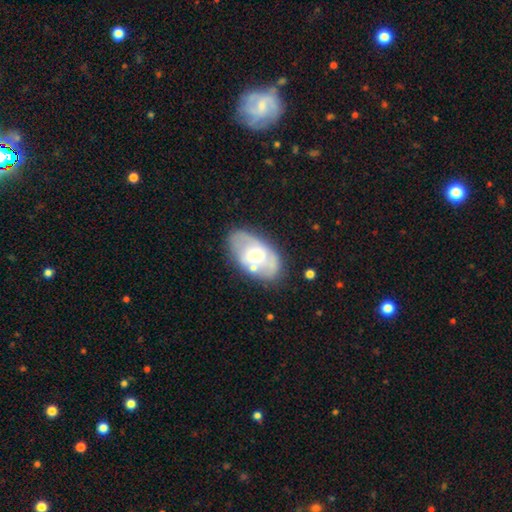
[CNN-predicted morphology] Smooth or featured? Predicted: featured or disk (p=0.56). Edge-on disk? Predicted: no (p=0.93). Bar? Predicted: no (p=0.51). Spiral arms? Predicted: yes (p=0.54). Bulge size? Predicted: moderate (p=0.62). Merging? Predicted: none (p=0.66).